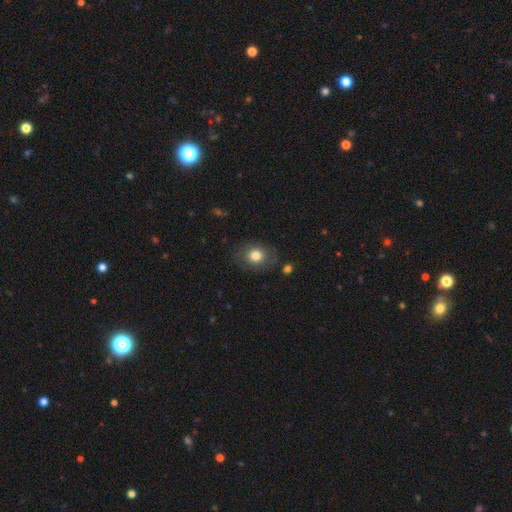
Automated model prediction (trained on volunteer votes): Q: Smooth or featured?
A: smooth (80%); runner-up: featured or disk (11%)
Q: How rounded?
A: round (51%); runner-up: in between (48%)
Q: Merging?
A: none (80%); runner-up: minor disturbance (13%)